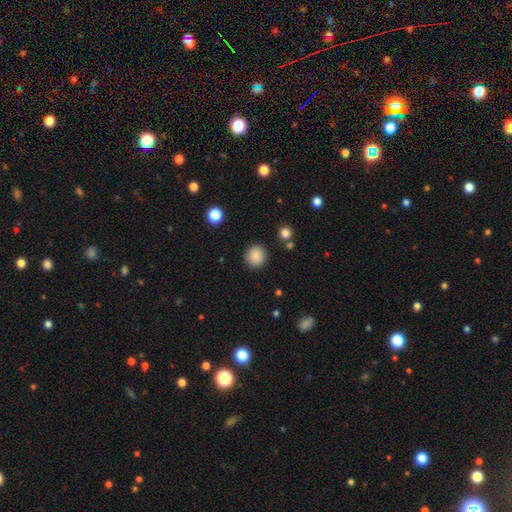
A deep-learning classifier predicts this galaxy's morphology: The model was most divided on "smooth or featured": smooth: 88%, star or artifact: 9%, featured or disk: 4%. More confident: how rounded — round (90%); merging — none (90%).